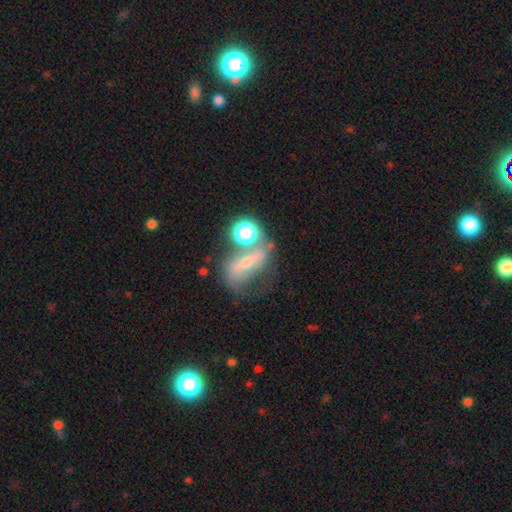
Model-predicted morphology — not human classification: A featured or disk galaxy (51%). Merging: none (39%).